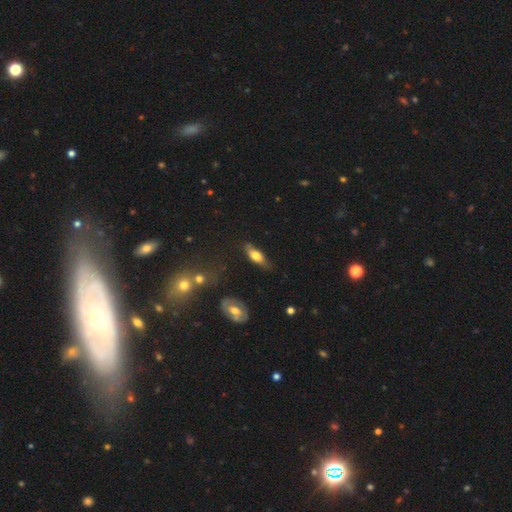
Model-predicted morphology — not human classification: smooth 63%, featured or disk 30%, star or artifact 7%. Down the decision tree: how rounded — in between (70%); merging — none (72%).